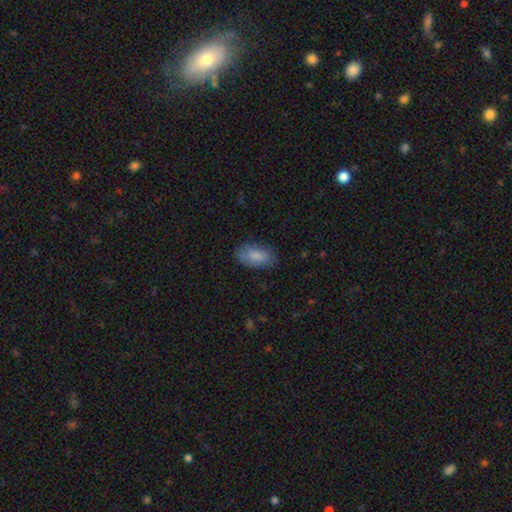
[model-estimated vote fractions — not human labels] Q: Smooth or featured?
A: smooth (84%); runner-up: featured or disk (10%)
Q: How rounded?
A: in between (93%); runner-up: round (4%)
Q: Merging?
A: none (79%); runner-up: minor disturbance (16%)